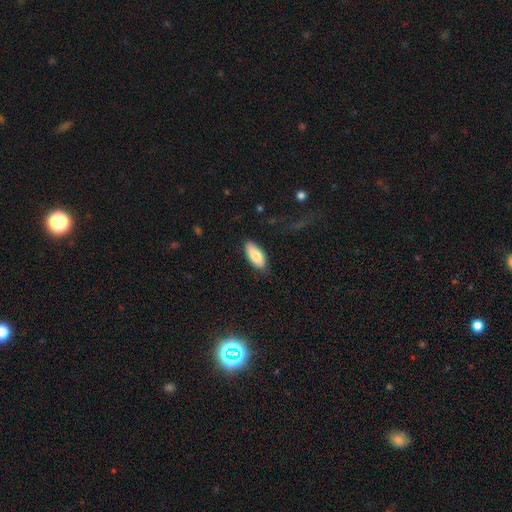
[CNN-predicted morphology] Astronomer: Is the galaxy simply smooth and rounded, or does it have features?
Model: smooth — 78%.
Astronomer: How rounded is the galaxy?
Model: in between — 89%.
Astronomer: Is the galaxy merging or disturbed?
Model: none — 81%.